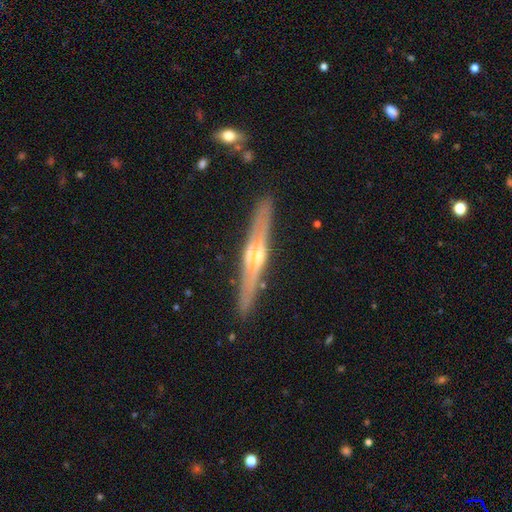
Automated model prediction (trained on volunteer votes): smooth-or-featured: featured or disk: 80% | smooth: 14% | star or artifact: 6%
  disk-edge-on: yes: 96% | no: 4%
    edge-on-bulge: rounded: 78% | boxy: 11% | none: 11%
  merging: none: 89% | minor disturbance: 8% | major disturbance: 2% | merger: 1%